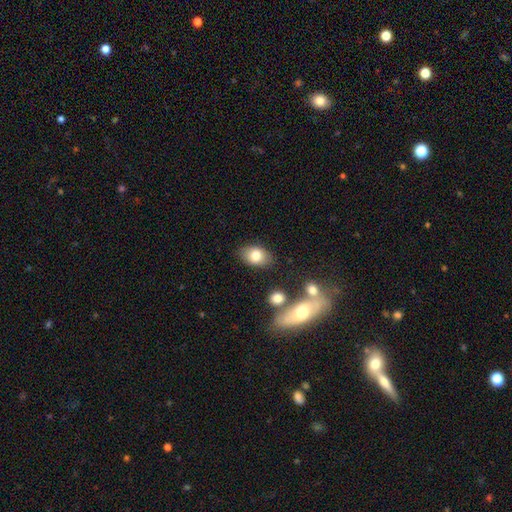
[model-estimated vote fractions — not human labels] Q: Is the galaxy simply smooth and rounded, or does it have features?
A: smooth — 79%.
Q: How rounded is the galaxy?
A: in between — 84%.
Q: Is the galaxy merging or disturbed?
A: none — 82%.